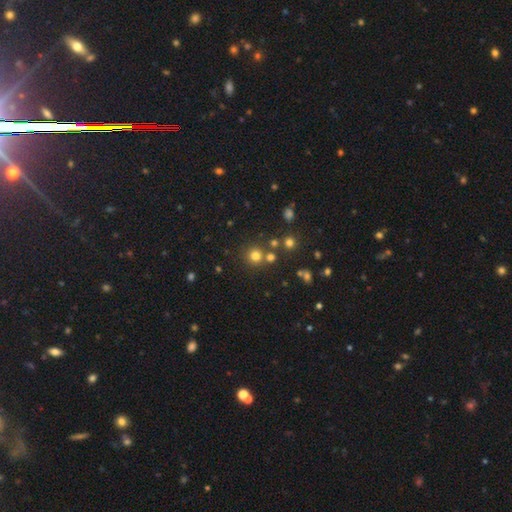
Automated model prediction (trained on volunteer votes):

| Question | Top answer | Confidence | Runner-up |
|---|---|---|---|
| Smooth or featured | smooth | 74% | star or artifact (19%) |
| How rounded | round | 92% | in between (7%) |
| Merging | none | 75% | merger (15%) |